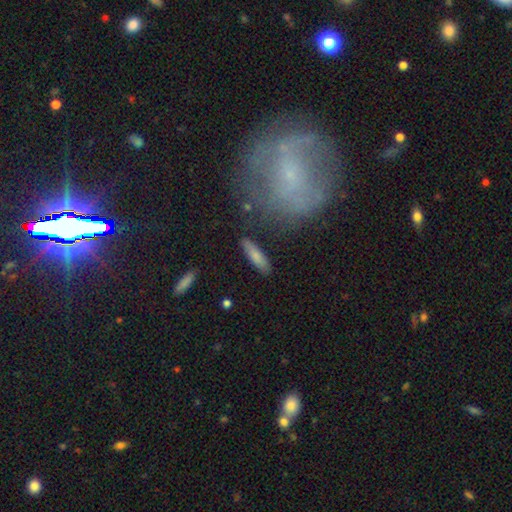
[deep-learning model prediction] Smooth or featured: smooth — 78% (featured or disk — 16%)
How rounded: cigar-shaped — 67% (in between — 31%)
Merging: none — 84% (minor disturbance — 11%)